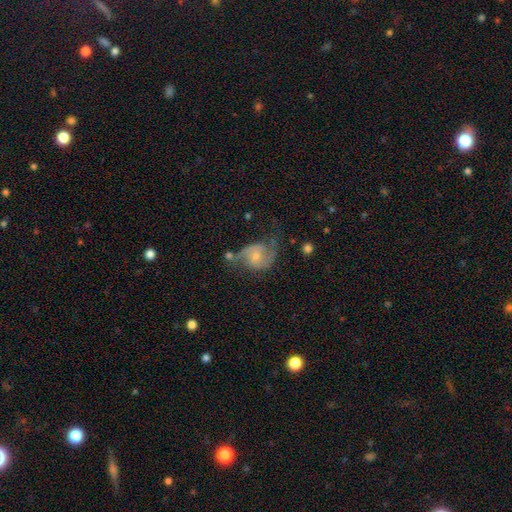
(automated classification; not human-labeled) This appears to be a featured or disk galaxy (78%) with no bar (60%), 2 (89%) medium (46%) spiral arms (93%) and a small central bulge (53%). Merging: none (53%).